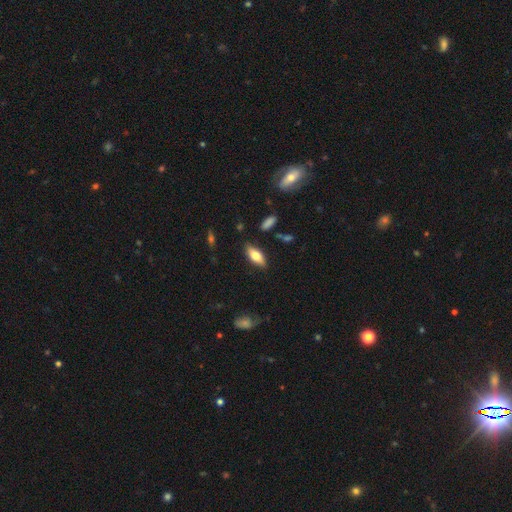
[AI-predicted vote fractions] The model was most divided on "smooth or featured": smooth: 68%, featured or disk: 25%, star or artifact: 7%. More confident: merging — none (83%); how rounded — in between (80%).